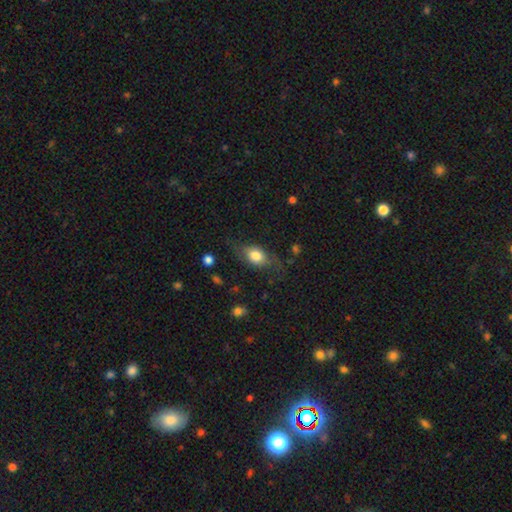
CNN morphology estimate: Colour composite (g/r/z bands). It shows a smooth galaxy with no disk features (71%) that is in between round and cigar-shaped (77%). Merging: none (65%).